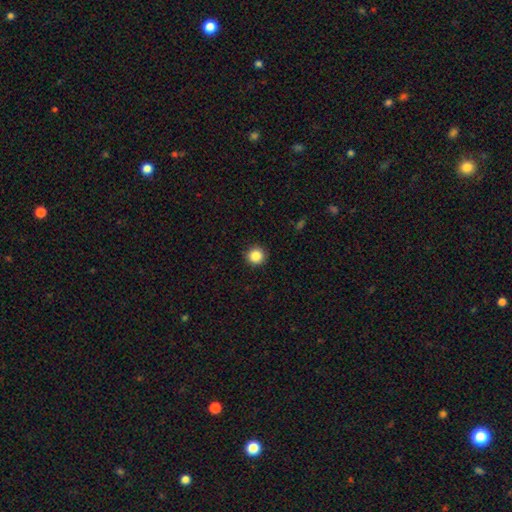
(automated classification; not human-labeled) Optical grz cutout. It shows a smooth galaxy with no disk features (87%) that is round (95%). Merging: none (92%).